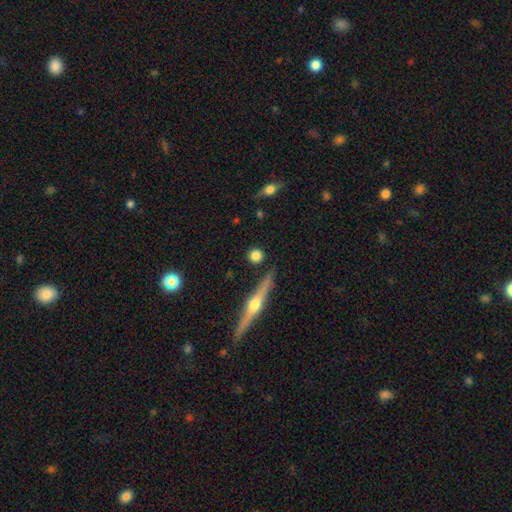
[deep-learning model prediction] smooth 78%, featured or disk 13%, star or artifact 9%. Down the decision tree: how rounded — round (90%); merging — none (86%).